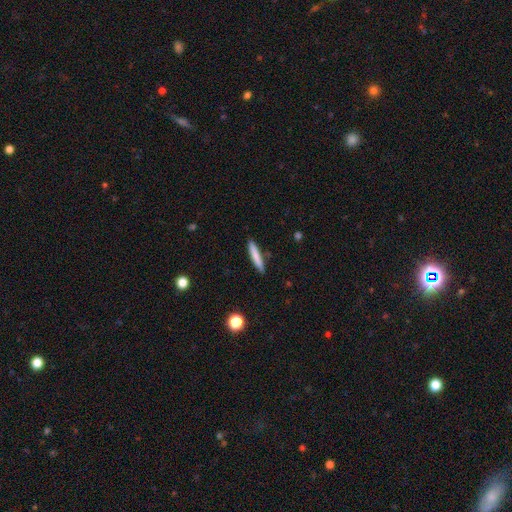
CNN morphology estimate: The model was most divided on "smooth or featured": smooth: 78%, featured or disk: 16%, star or artifact: 6%. More confident: how rounded — cigar-shaped (93%); merging — none (88%).